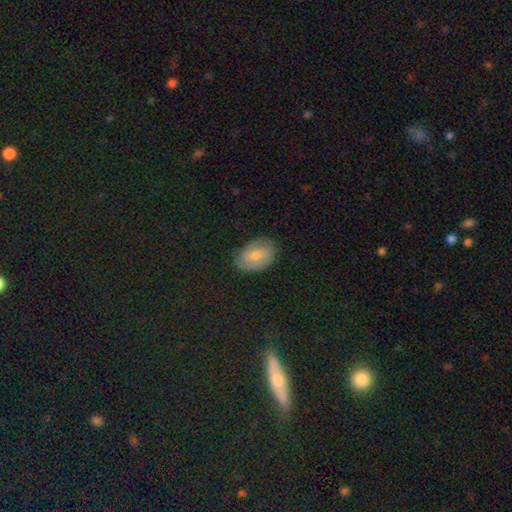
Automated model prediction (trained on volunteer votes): smooth 53%, featured or disk 39%, star or artifact 8%. Down the decision tree: how rounded — in between (82%); merging — none (78%).